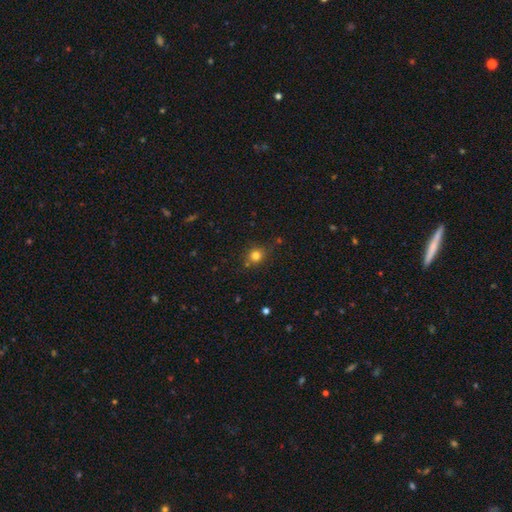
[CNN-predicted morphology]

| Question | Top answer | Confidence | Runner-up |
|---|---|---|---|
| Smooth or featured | smooth | 79% | star or artifact (15%) |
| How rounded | round | 85% | in between (14%) |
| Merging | none | 80% | minor disturbance (13%) |